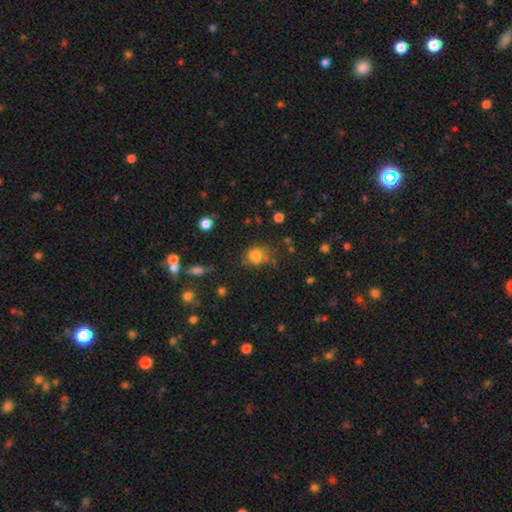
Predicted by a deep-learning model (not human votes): The model was most divided on "how rounded": round: 63%, in between: 35%, cigar-shaped: 1%. More confident: smooth or featured — smooth (78%); merging — none (55%).